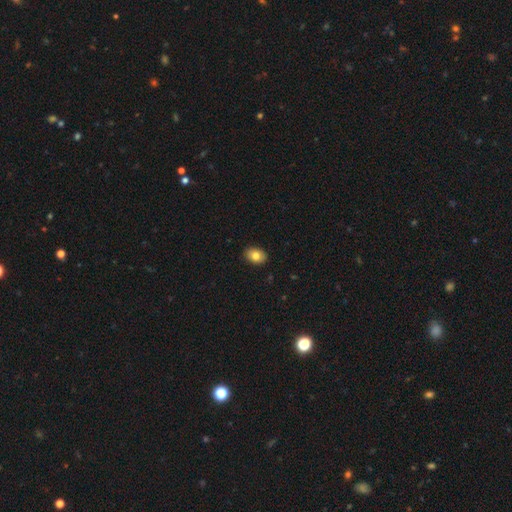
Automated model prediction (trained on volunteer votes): smooth_or_featured: smooth (p=0.81) [alt: featured or disk p=0.10]
how_rounded: in between (p=0.78) [alt: round p=0.21]
merging: none (p=0.90) [alt: minor disturbance p=0.07]